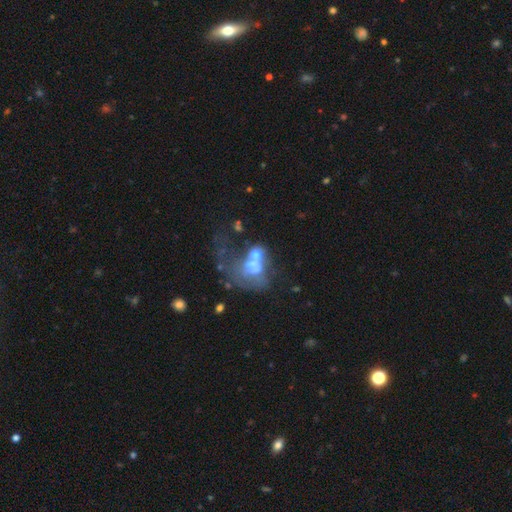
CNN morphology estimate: Smooth or featured? featured or disk (52%)
Edge-on disk? no (96%)
Merging? merger (41%)